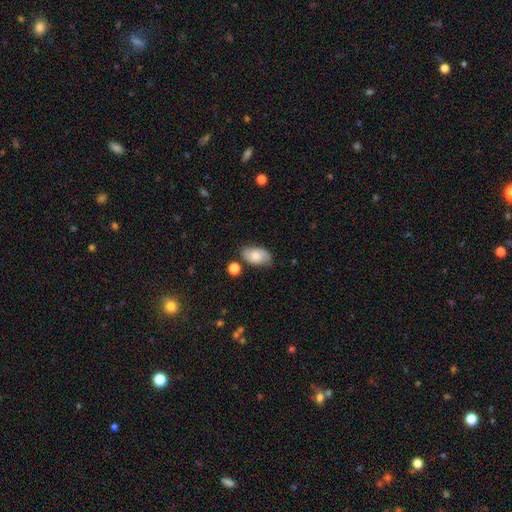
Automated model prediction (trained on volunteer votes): smooth_or_featured: smooth (p=0.76) [alt: featured or disk p=0.16]
how_rounded: in between (p=0.93) [alt: round p=0.05]
merging: none (p=0.70) [alt: minor disturbance p=0.21]